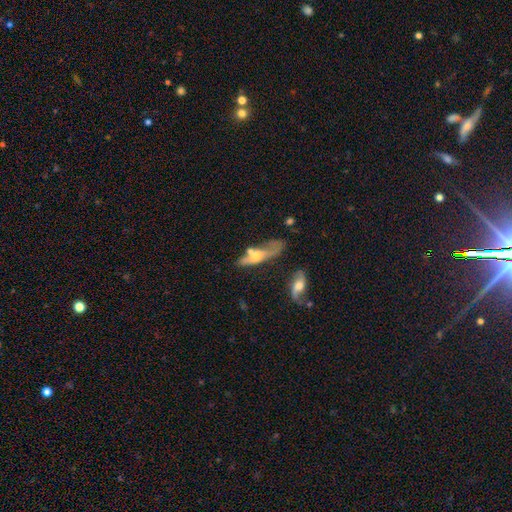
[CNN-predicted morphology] Smooth or featured?
  - featured or disk: 50% *
  - smooth: 43%
  - star or artifact: 7%
Merging?
  - none: 38% *
  - merger: 25%
  - minor disturbance: 22%
  - major disturbance: 15%